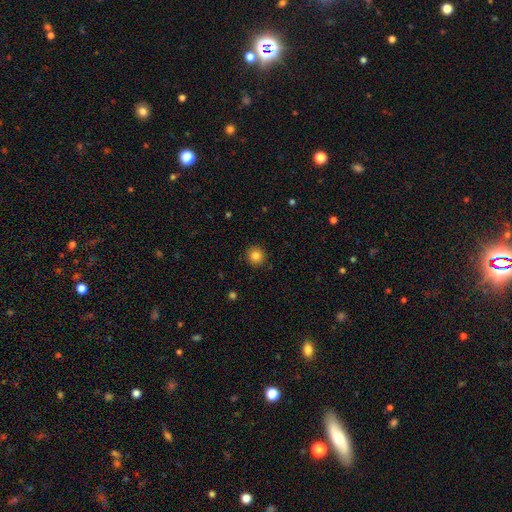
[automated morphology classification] smooth 84%, star or artifact 11%, featured or disk 6%. Down the decision tree: how rounded — round (93%); merging — none (91%).